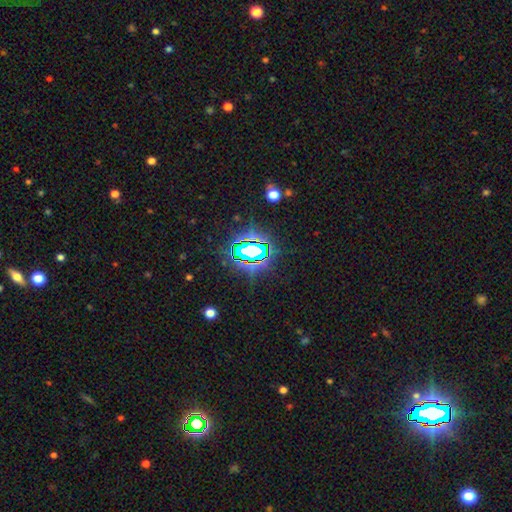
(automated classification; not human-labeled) Smooth or featured? Predicted: star or artifact (p=0.72).